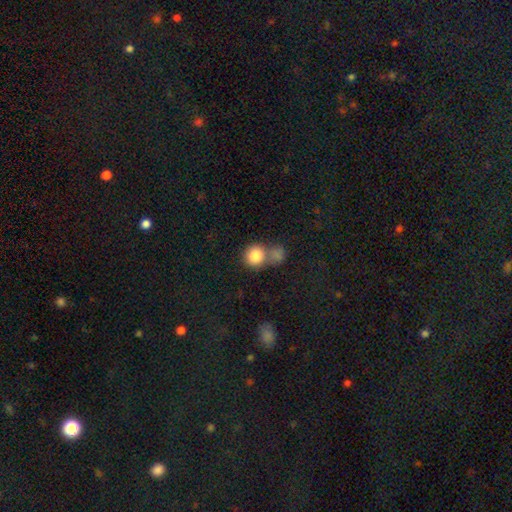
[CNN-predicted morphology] type=smooth (85%); roundness=round (86%); merging=none (47%).